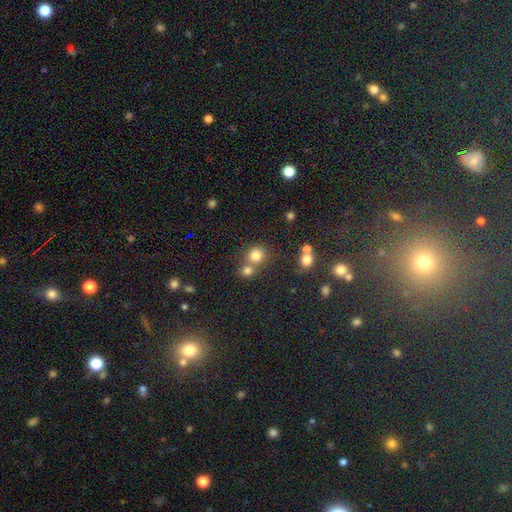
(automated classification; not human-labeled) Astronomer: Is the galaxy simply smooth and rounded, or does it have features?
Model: smooth — 77%.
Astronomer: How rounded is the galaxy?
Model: round — 87%.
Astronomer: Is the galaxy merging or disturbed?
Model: none — 53% (runner-up: merger, 37%).